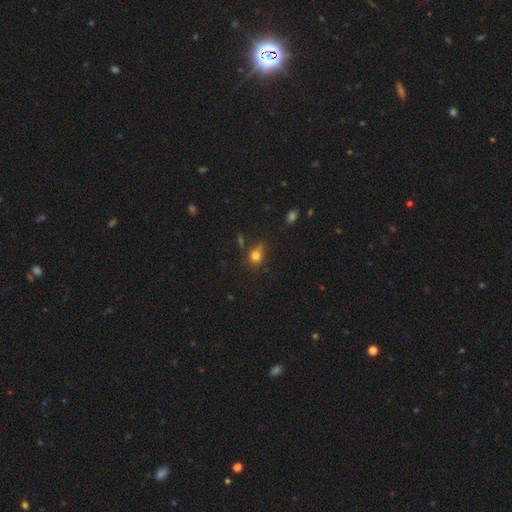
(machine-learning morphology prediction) smooth-or-featured: smooth: 76% | star or artifact: 15% | featured or disk: 9%
  how-rounded: round: 69% | in between: 29% | cigar-shaped: 2%
  merging: none: 60% | minor disturbance: 24% | major disturbance: 9% | merger: 8%